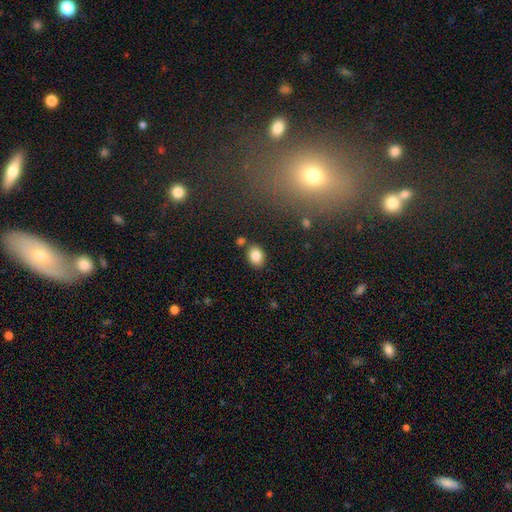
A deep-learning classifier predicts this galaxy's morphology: smooth-or-featured: smooth: 83% | star or artifact: 9% | featured or disk: 8%
  how-rounded: in between: 69% | round: 30% | cigar-shaped: 1%
  merging: none: 80% | minor disturbance: 11% | merger: 7% | major disturbance: 3%